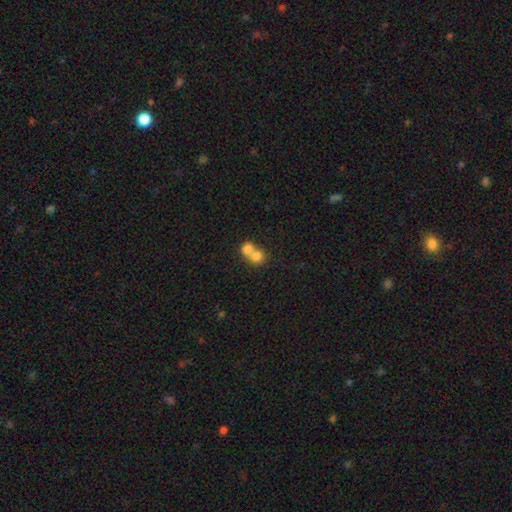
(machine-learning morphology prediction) This is likely a smooth galaxy (76%). How rounded: likely round (75%). Merging: likely merger (70%).